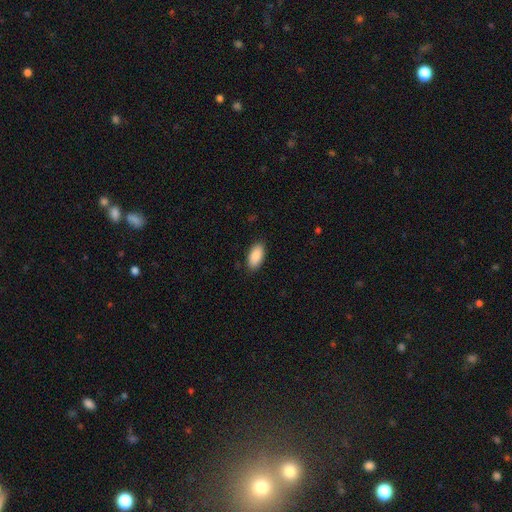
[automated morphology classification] Q: Smooth or featured?
A: smooth (90%); runner-up: star or artifact (6%)
Q: How rounded?
A: in between (92%); runner-up: cigar-shaped (6%)
Q: Merging?
A: none (87%); runner-up: minor disturbance (10%)